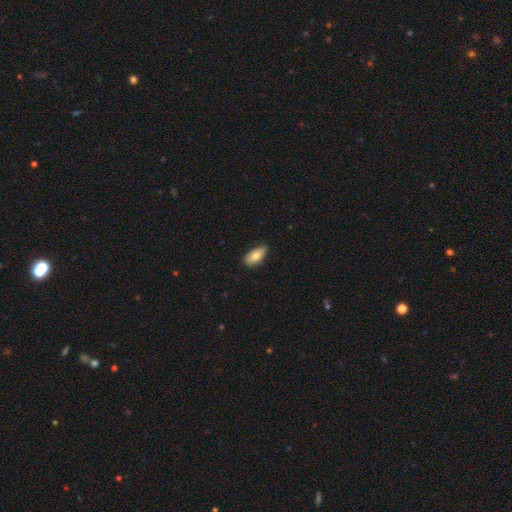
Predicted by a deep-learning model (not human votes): smooth 80%, featured or disk 14%, star or artifact 7%. Down the decision tree: how rounded — in between (88%); merging — none (81%).